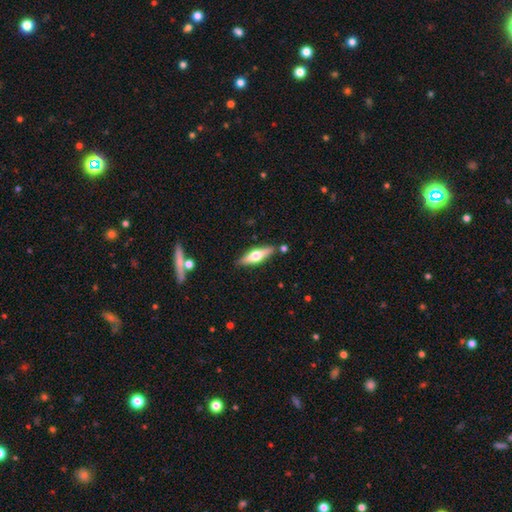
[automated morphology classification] Smooth or featured: featured or disk — 58% (smooth — 36%)
Edge-on disk: yes — 94% (no — 6%)
Edge-on bulge: rounded — 94% (boxy — 4%)
Merging: none — 84% (minor disturbance — 10%)